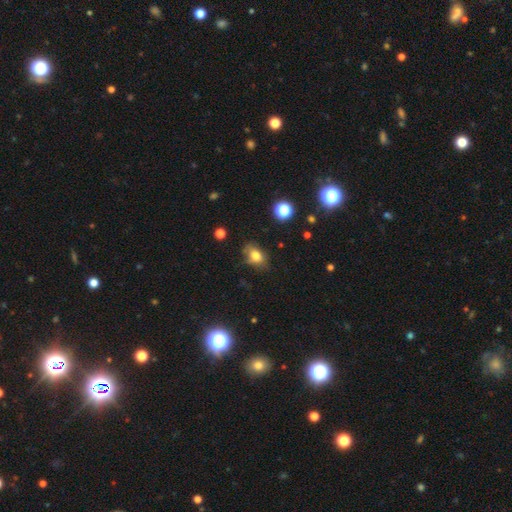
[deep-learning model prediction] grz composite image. It shows a smooth galaxy with no disk features (77%) that is in between round and cigar-shaped (77%). Merging: none (68%).